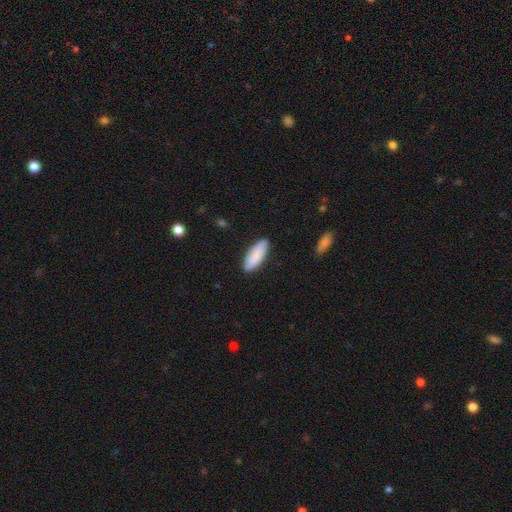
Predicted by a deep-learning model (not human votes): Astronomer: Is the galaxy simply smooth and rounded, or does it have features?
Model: smooth — 86%.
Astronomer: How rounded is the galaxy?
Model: in between — 74%.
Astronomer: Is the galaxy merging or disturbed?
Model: none — 86%.